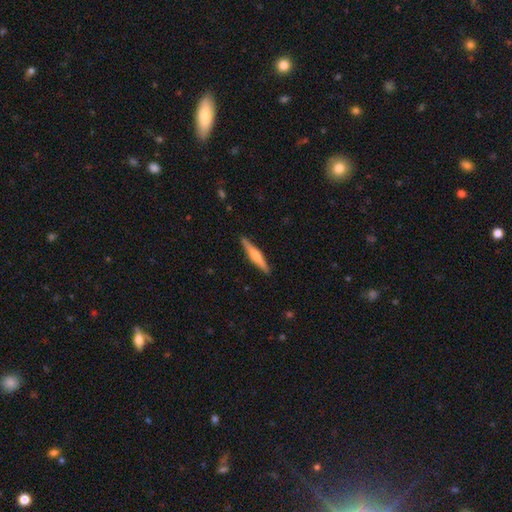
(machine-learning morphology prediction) The model was most divided on "smooth or featured": featured or disk: 56%, smooth: 38%, star or artifact: 6%. More confident: edge-on disk — yes (97%); merging — none (90%); edge-on bulge — rounded (76%).